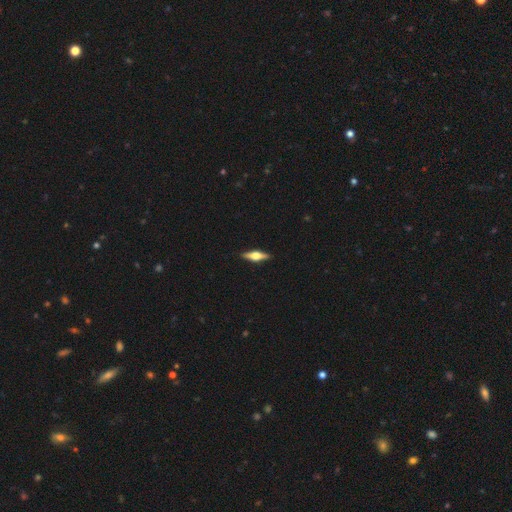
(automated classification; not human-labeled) smooth_or_featured: featured or disk (p=0.64) [alt: smooth p=0.30]
disk_edge_on: yes (p=0.96) [alt: no p=0.04]
edge_on_bulge: rounded (p=0.92) [alt: boxy p=0.06]
merging: none (p=0.90) [alt: minor disturbance p=0.08]